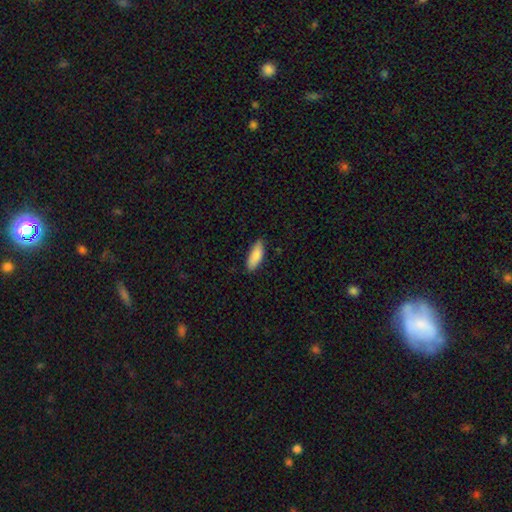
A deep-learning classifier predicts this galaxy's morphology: Smooth or featured? smooth (88%)
How rounded? in between (72%)
Merging? none (84%)